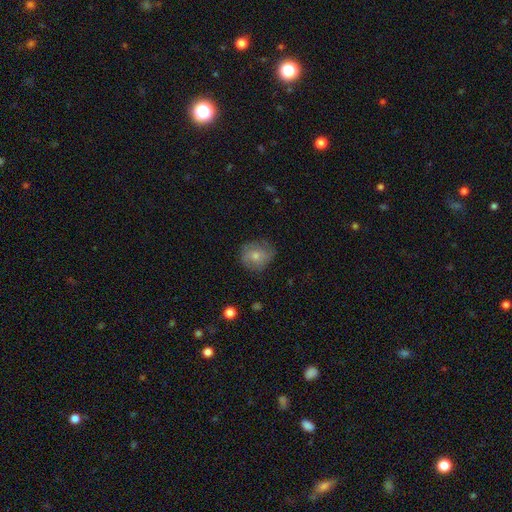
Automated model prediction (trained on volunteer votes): smooth-or-featured: smooth: 53% | featured or disk: 35% | star or artifact: 12%
  how-rounded: round: 77% | in between: 22% | cigar-shaped: 1%
  merging: none: 73% | minor disturbance: 19% | major disturbance: 6% | merger: 1%